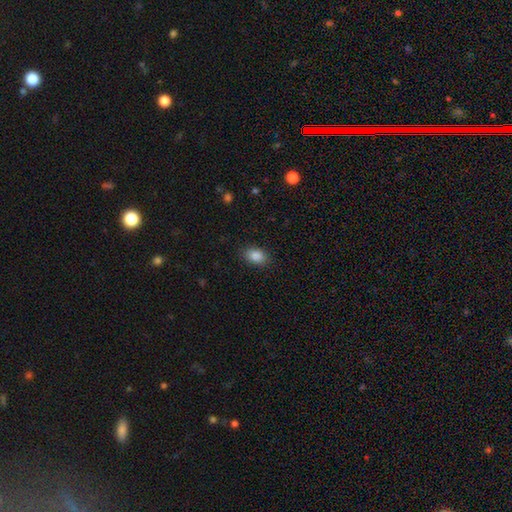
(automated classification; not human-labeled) This appears to be a smooth galaxy with no disk features (88%) that is in between round and cigar-shaped (85%). Merging: none (87%).